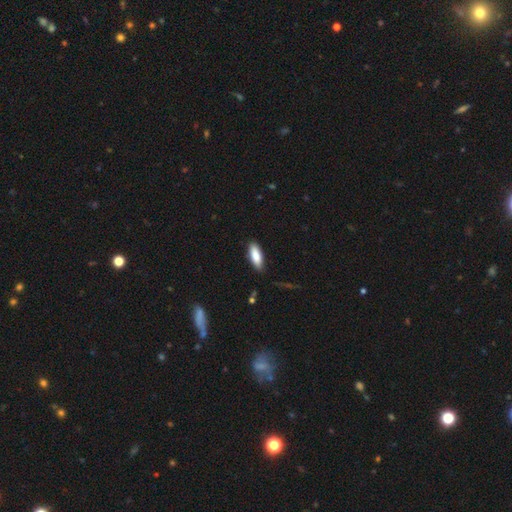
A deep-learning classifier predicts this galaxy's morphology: smooth-or-featured: smooth: 86% | featured or disk: 9% | star or artifact: 6%
  how-rounded: in between: 65% | cigar-shaped: 34% | round: 2%
  merging: none: 86% | minor disturbance: 10% | major disturbance: 2% | merger: 1%